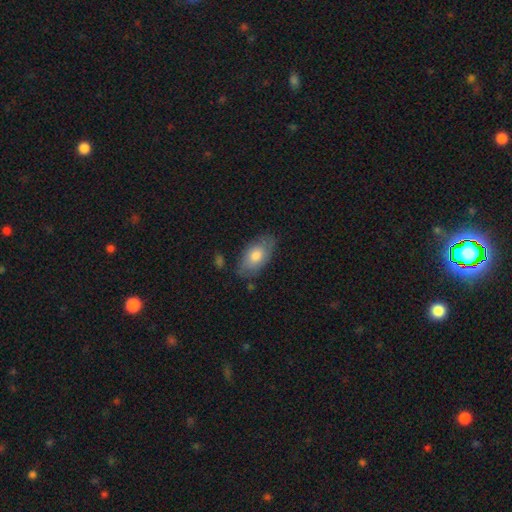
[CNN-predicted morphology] smooth_or_featured: smooth (p=0.72) [alt: featured or disk p=0.22]
how_rounded: in between (p=0.92) [alt: round p=0.04]
merging: none (p=0.75) [alt: minor disturbance p=0.19]